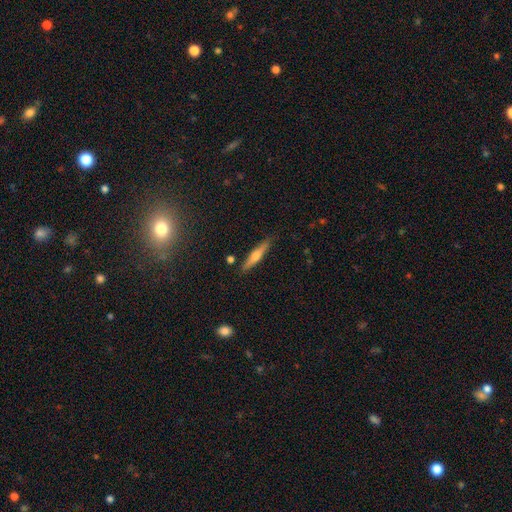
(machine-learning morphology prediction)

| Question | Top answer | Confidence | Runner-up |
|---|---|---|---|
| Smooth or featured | smooth | 53% | featured or disk (40%) |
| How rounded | cigar-shaped | 89% | in between (10%) |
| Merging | none | 86% | minor disturbance (10%) |